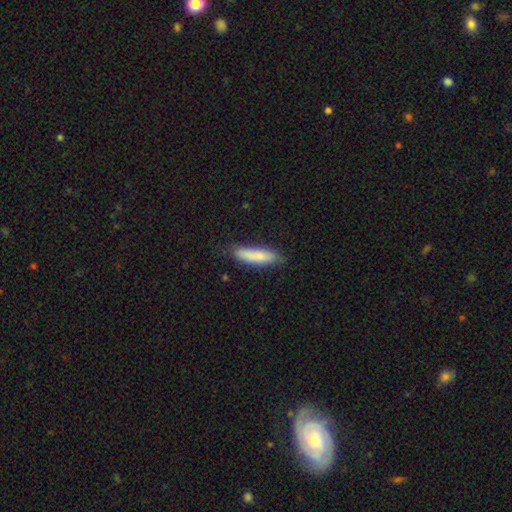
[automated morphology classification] Smooth or featured? smooth (84%)
How rounded? cigar-shaped (70%)
Merging? none (76%)